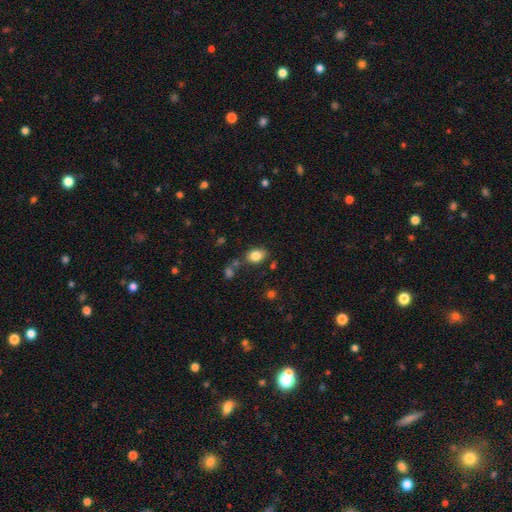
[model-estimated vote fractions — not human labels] The model was most divided on "how rounded": in between: 75%, round: 24%, cigar-shaped: 1%. More confident: smooth or featured — smooth (83%); merging — none (72%).